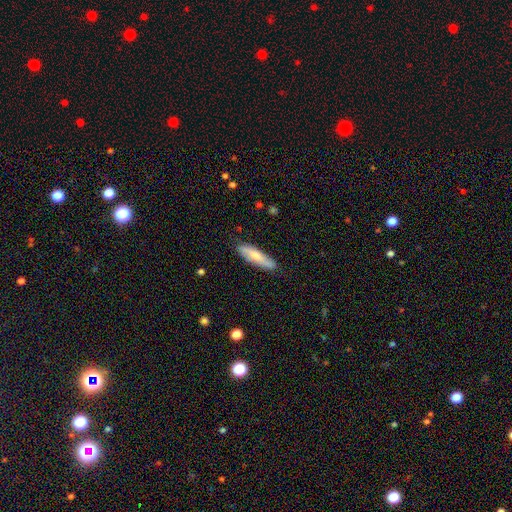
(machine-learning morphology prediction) This is likely a smooth galaxy (63%). How rounded: likely cigar-shaped (66%). Merging: likely none (79%).